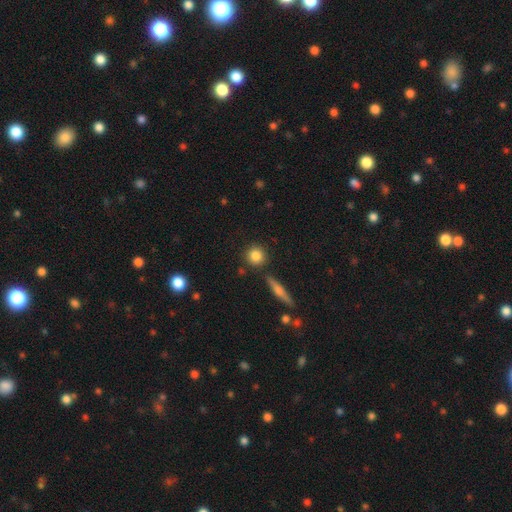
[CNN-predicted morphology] Q: Smooth or featured?
A: smooth (82%); runner-up: featured or disk (9%)
Q: How rounded?
A: round (89%); runner-up: in between (9%)
Q: Merging?
A: none (83%); runner-up: minor disturbance (8%)